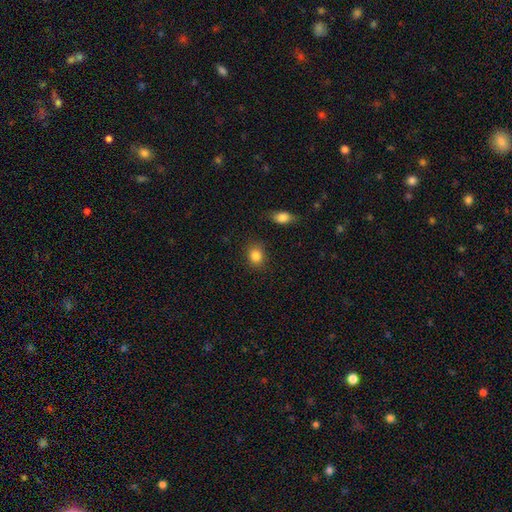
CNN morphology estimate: Q: Smooth or featured?
A: smooth (85%); runner-up: star or artifact (10%)
Q: How rounded?
A: round (61%); runner-up: in between (38%)
Q: Merging?
A: none (85%); runner-up: minor disturbance (10%)